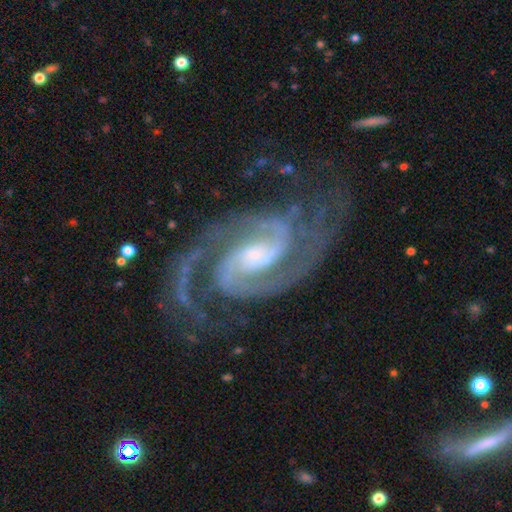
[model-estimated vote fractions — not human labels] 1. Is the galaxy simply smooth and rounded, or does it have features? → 94% featured or disk, 4% star or artifact, 2% smooth.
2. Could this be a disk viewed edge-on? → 98% no, 2% yes.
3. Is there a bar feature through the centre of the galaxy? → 43% no, 39% weak, 18% strong.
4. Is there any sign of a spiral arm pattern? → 99% yes, 1% no.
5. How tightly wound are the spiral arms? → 52% medium, 40% tight, 8% loose.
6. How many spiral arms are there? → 80% 2, 9% 3, 3% can't tell, 3% 4, 2% 1, 2% more than 4.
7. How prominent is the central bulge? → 54% small, 30% moderate, 8% none, 6% large, 1% dominant.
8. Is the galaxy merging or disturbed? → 72% none, 17% minor disturbance, 10% major disturbance, 2% merger.